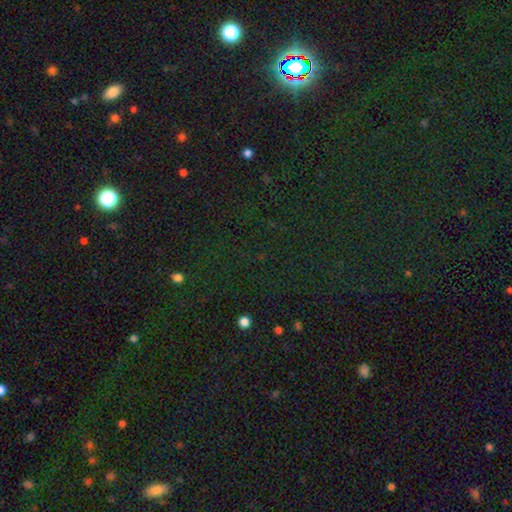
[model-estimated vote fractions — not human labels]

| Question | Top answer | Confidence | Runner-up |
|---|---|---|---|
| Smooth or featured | star or artifact | 79% | smooth (13%) |